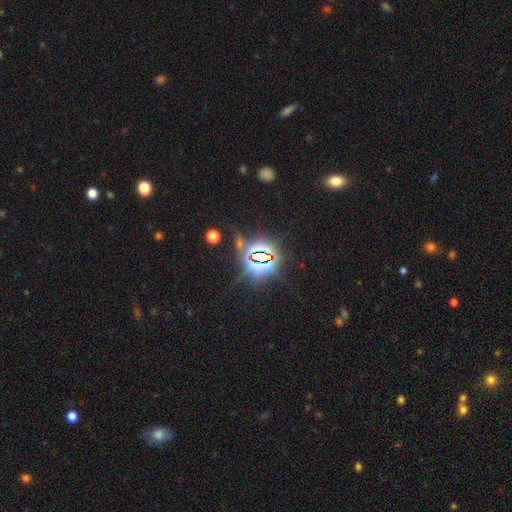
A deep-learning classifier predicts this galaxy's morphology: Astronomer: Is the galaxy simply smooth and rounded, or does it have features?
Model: star or artifact — 82%.